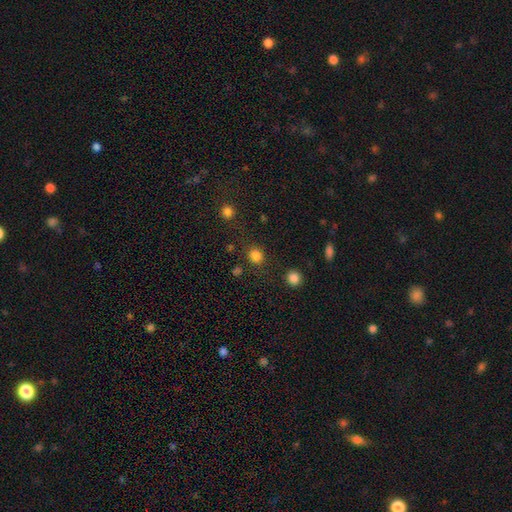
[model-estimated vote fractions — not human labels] Q: Smooth or featured?
A: smooth (83%); runner-up: star or artifact (13%)
Q: How rounded?
A: round (84%); runner-up: in between (15%)
Q: Merging?
A: none (84%); runner-up: minor disturbance (8%)